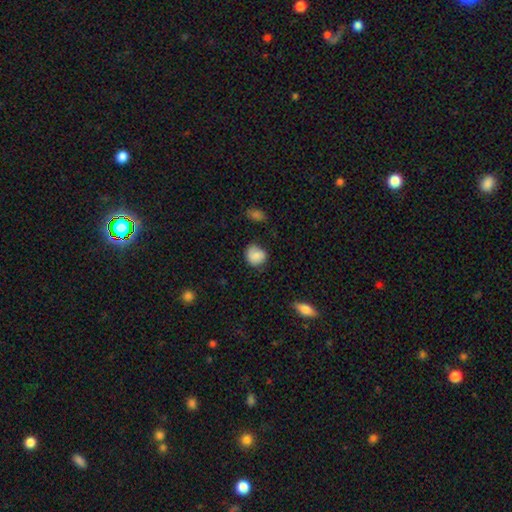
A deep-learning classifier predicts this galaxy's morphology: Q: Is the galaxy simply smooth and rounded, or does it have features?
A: smooth — 80%.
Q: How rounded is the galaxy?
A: round — 75%.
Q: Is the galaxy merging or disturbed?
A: none — 67%.